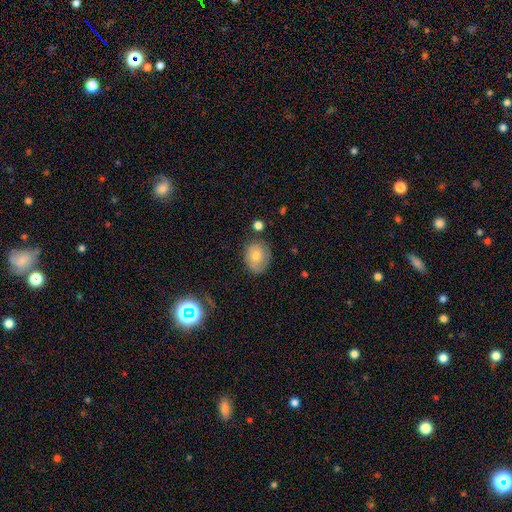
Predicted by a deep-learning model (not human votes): Overall: smooth (57%; featured or disk 29%). How rounded: in between (51%; round 48%). Merging: none (68%).